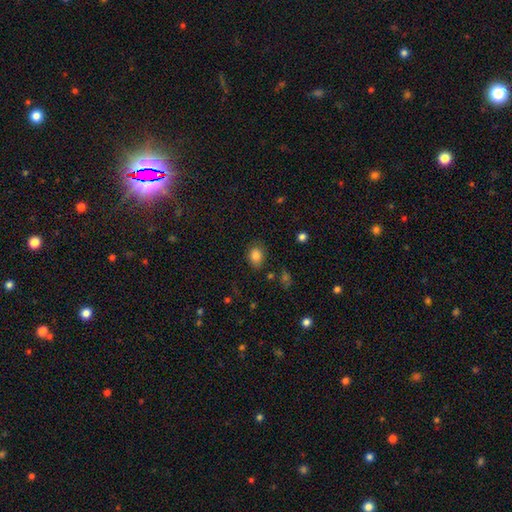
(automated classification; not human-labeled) Smooth or featured: smooth — 83% (star or artifact — 10%)
How rounded: in between — 64% (round — 35%)
Merging: none — 79% (minor disturbance — 15%)